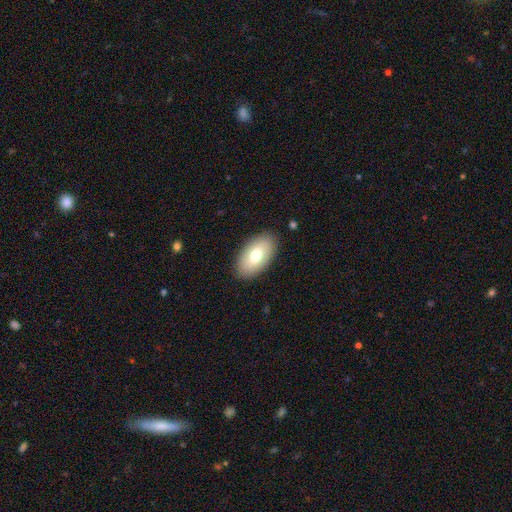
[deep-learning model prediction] Smooth or featured?
  - smooth: 72% *
  - featured or disk: 21%
  - star or artifact: 7%
How rounded?
  - in between: 94% *
  - round: 4%
  - cigar-shaped: 2%
Merging?
  - none: 88% *
  - minor disturbance: 9%
  - major disturbance: 2%
  - merger: 1%